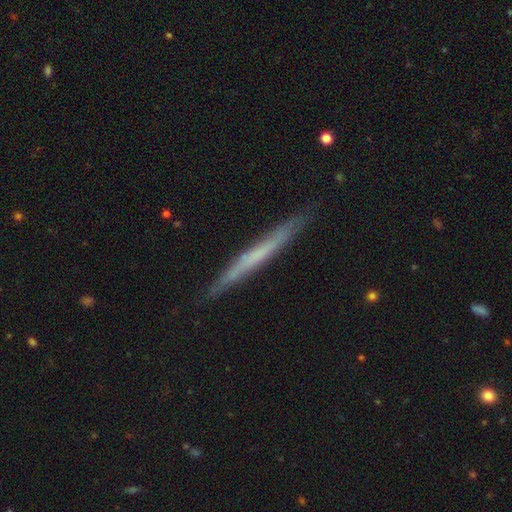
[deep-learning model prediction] Smooth or featured?
  - featured or disk: 53% *
  - smooth: 41%
  - star or artifact: 6%
Edge-on disk?
  - yes: 96% *
  - no: 4%
Edge-on bulge?
  - none: 86% *
  - rounded: 8%
  - boxy: 5%
Merging?
  - none: 88% *
  - minor disturbance: 9%
  - major disturbance: 1%
  - merger: 1%